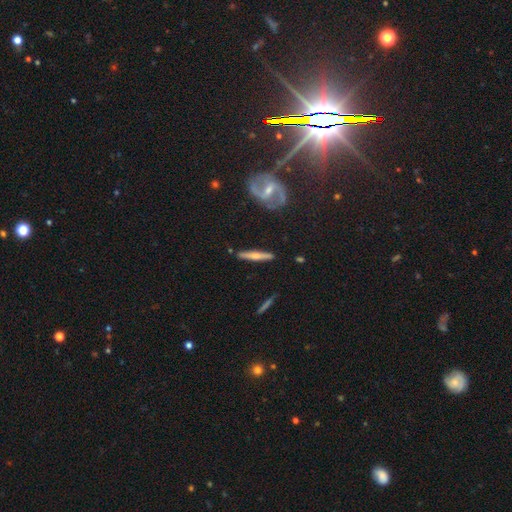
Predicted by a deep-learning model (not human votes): Smooth or featured? featured or disk (60%)
Edge-on disk? yes (92%)
Edge-on bulge? rounded (77%)
Merging? none (88%)